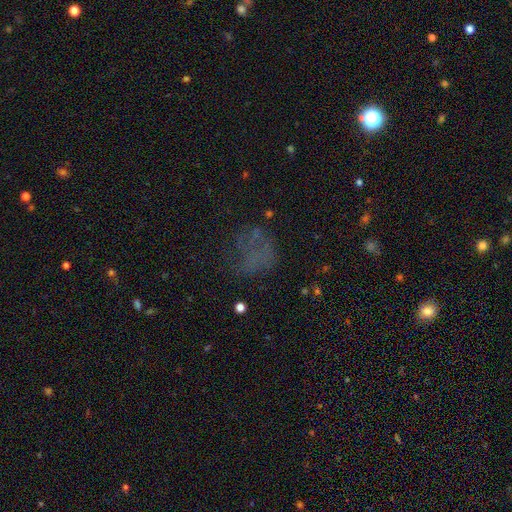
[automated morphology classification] A smooth galaxy with no disk features (38%). Merging: none (50%).